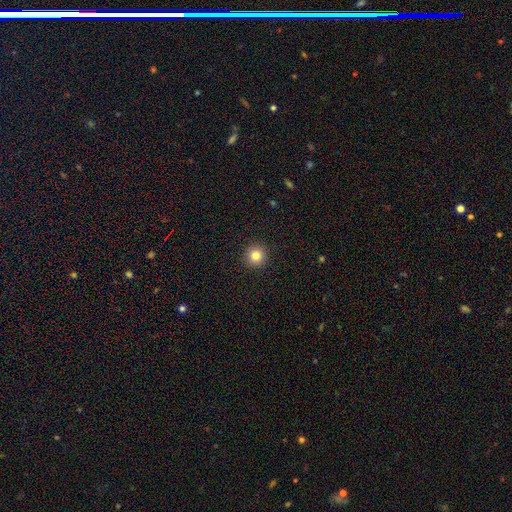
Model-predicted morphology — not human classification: A smooth galaxy with no disk features (82%) that is round (95%). Merging: none (93%).